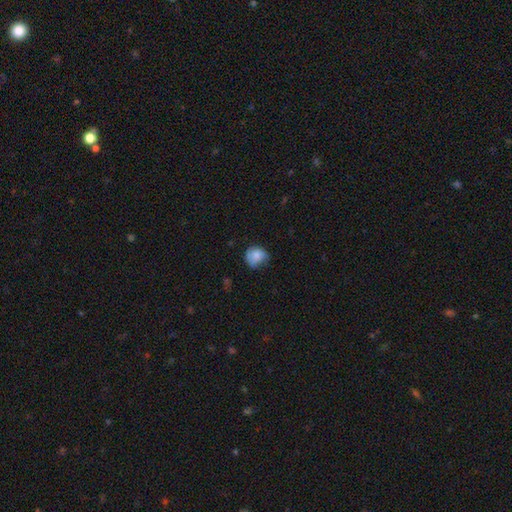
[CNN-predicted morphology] A smooth galaxy with no disk features (78%) that is round (73%).

Vote fractions:
- Smooth or featured? smooth: 78% / featured or disk: 14% / star or artifact: 8%
- How rounded? round: 73% / in between: 26% / cigar-shaped: 1%
- Merging? none: 52% / minor disturbance: 35% / major disturbance: 11% / merger: 2%